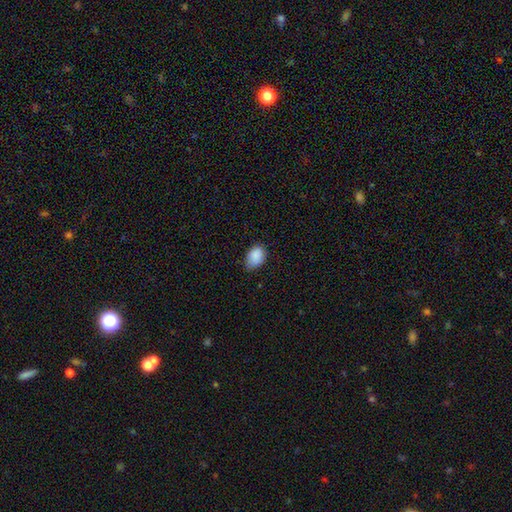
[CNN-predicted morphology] The model was most divided on "merging": none: 64%, minor disturbance: 30%, major disturbance: 4%, merger: 1%. More confident: smooth or featured — smooth (89%); how rounded — in between (84%).